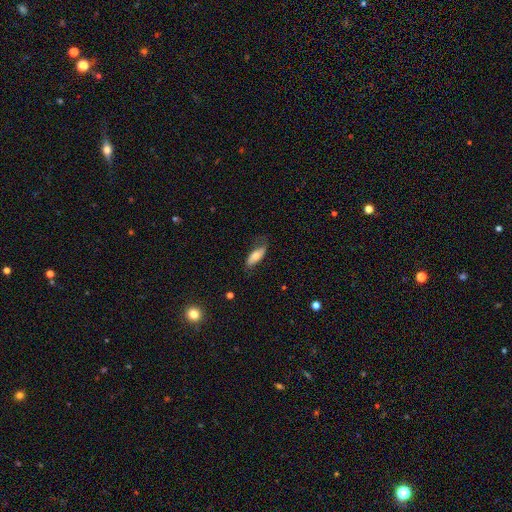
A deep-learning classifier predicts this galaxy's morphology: The model was most divided on "merging": none: 64%, minor disturbance: 26%, major disturbance: 9%, merger: 1%. More confident: how rounded — in between (68%); smooth or featured — smooth (66%).